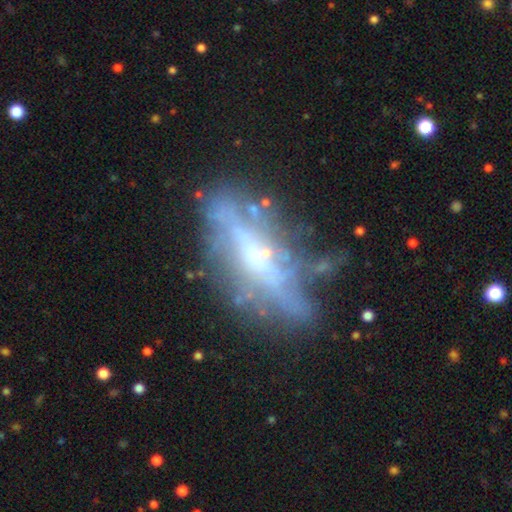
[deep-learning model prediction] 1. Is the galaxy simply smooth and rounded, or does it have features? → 71% featured or disk, 20% smooth, 9% star or artifact.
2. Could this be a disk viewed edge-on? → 66% yes, 34% no.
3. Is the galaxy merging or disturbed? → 63% none, 21% minor disturbance, 12% major disturbance, 4% merger.